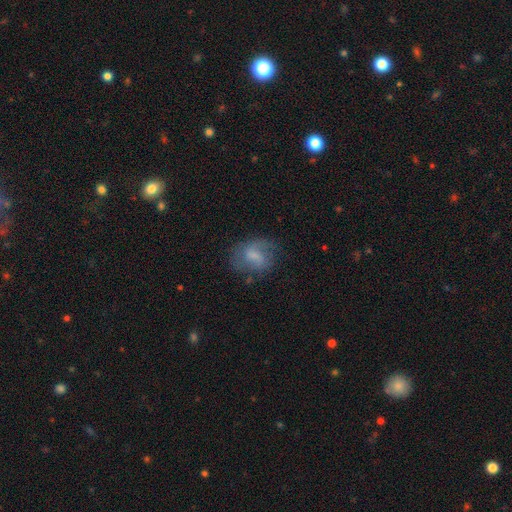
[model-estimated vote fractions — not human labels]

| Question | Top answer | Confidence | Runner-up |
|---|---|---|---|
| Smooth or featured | featured or disk | 47% | smooth (44%) |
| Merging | none | 60% | minor disturbance (23%) |